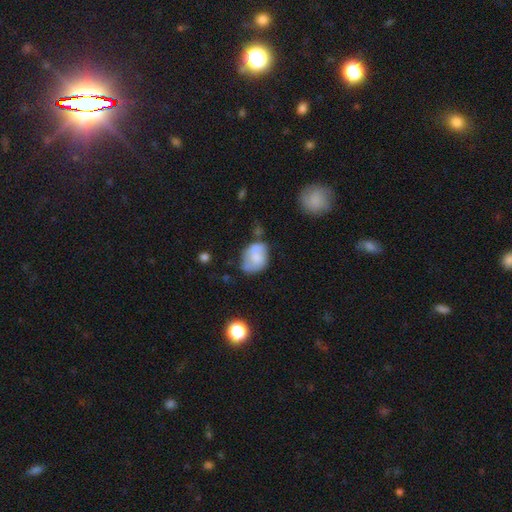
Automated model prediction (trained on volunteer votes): This is likely a smooth galaxy (60%). How rounded: likely in between (65%). Merging: marginally none (41%).